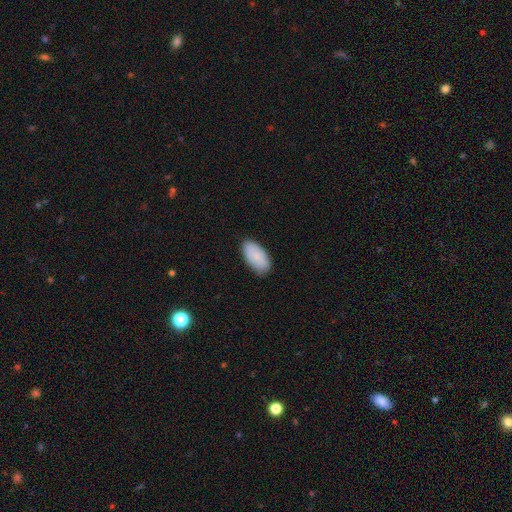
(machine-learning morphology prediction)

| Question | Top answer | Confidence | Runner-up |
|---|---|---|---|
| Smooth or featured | smooth | 86% | featured or disk (8%) |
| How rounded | in between | 95% | cigar-shaped (3%) |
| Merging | none | 83% | minor disturbance (13%) |